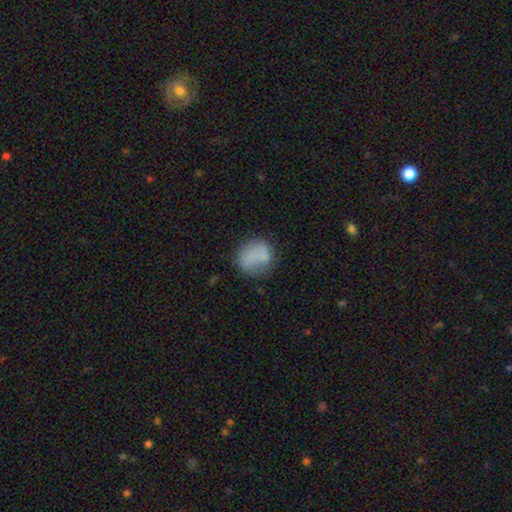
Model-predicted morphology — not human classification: Smooth or featured? Predicted: smooth (p=0.75). How rounded? Predicted: round (p=0.73). Merging? Predicted: none (p=0.56).